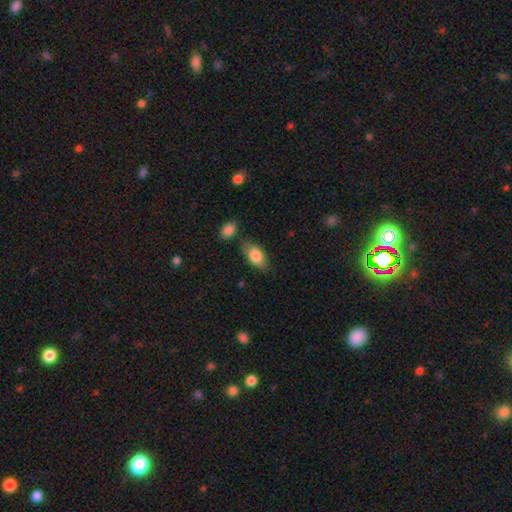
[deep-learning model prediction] Morphology: type=smooth (81%); roundness=in between (91%); merging=none (73%).